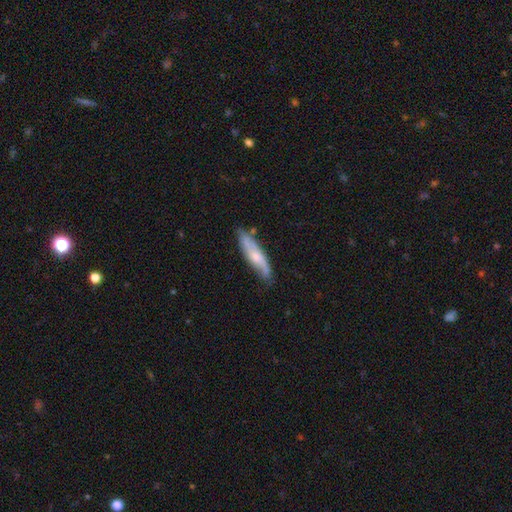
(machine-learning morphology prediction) Smooth or featured: featured or disk — 49% (smooth — 46%)
Merging: none — 71% (minor disturbance — 22%)